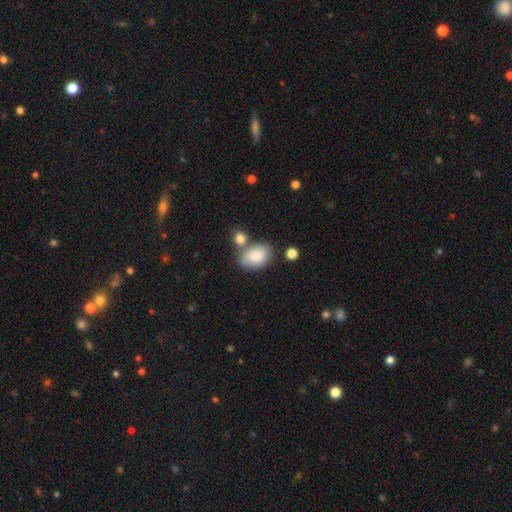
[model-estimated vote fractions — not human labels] Smooth or featured? Predicted: smooth (p=0.85). How rounded? Predicted: in between (p=0.87). Merging? Predicted: none (p=0.58).